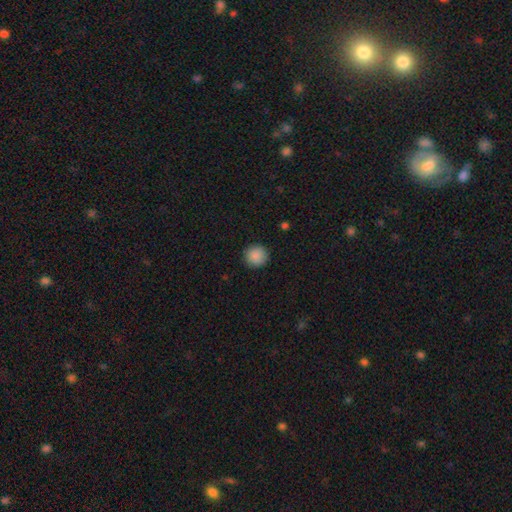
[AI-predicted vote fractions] Morphology: type=smooth (88%); roundness=round (95%); merging=none (92%).